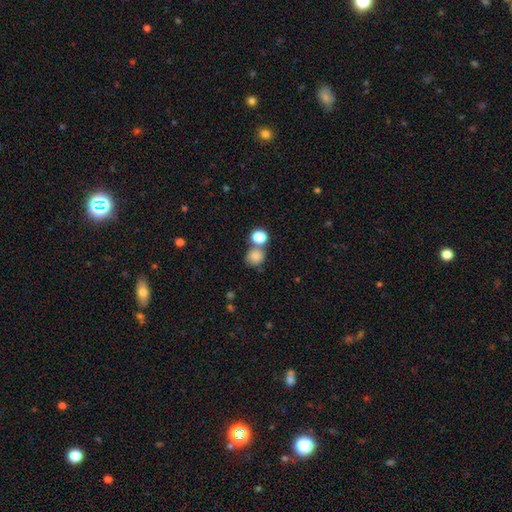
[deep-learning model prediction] Smooth or featured?
  - smooth: 81% *
  - star or artifact: 12%
  - featured or disk: 7%
How rounded?
  - round: 82% *
  - in between: 17%
  - cigar-shaped: 1%
Merging?
  - none: 53% *
  - merger: 31%
  - minor disturbance: 11%
  - major disturbance: 5%